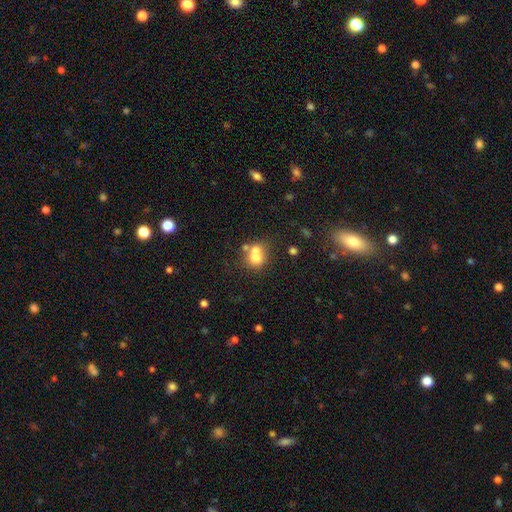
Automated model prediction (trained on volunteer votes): Smooth or featured: smooth — 67% (featured or disk — 20%)
How rounded: round — 76% (in between — 23%)
Merging: merger — 53% (none — 34%)